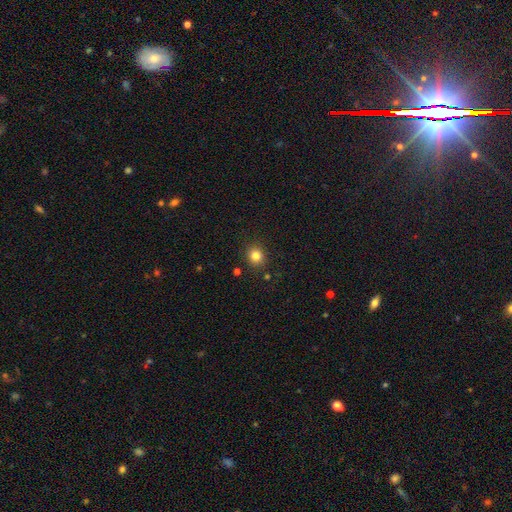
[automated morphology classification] Smooth or featured: smooth — 82% (star or artifact — 12%)
How rounded: round — 82% (in between — 17%)
Merging: none — 88% (minor disturbance — 8%)